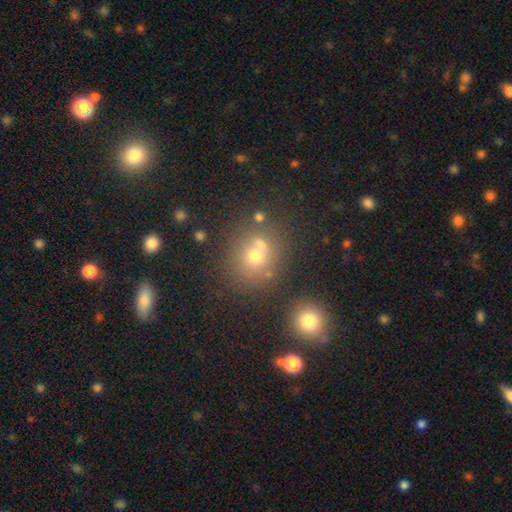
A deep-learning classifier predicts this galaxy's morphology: This is possibly a smooth galaxy (58%). How rounded: likely round (79%). Merging: possibly none (58%).